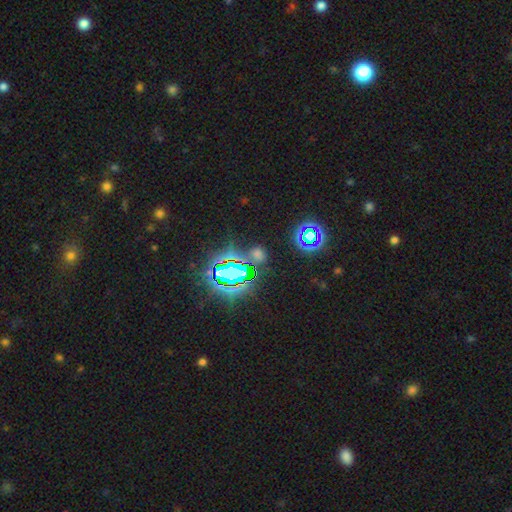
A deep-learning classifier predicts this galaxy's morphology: type=star or artifact (78%).